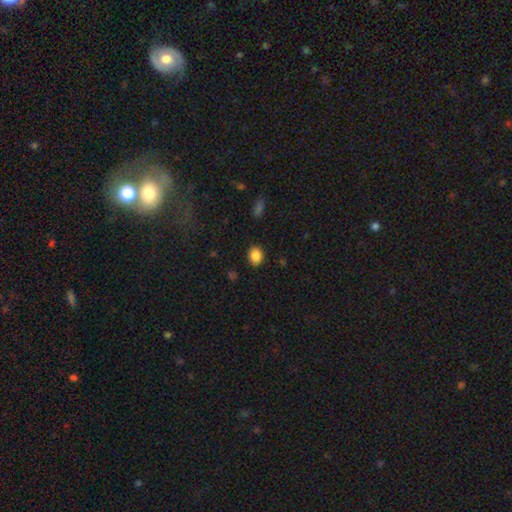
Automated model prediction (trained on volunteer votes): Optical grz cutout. It shows a smooth galaxy with no disk features (86%) that is in between round and cigar-shaped (54%). Merging: none (87%).